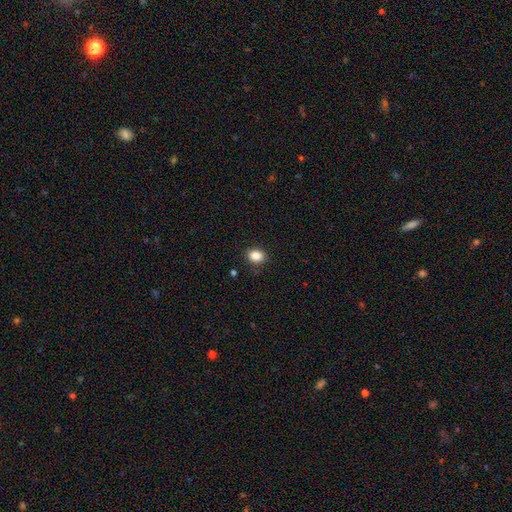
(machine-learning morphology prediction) smooth-or-featured: smooth: 87% | star or artifact: 9% | featured or disk: 3%
  how-rounded: in between: 59% | round: 40% | cigar-shaped: 1%
  merging: none: 87% | minor disturbance: 9% | major disturbance: 2% | merger: 1%